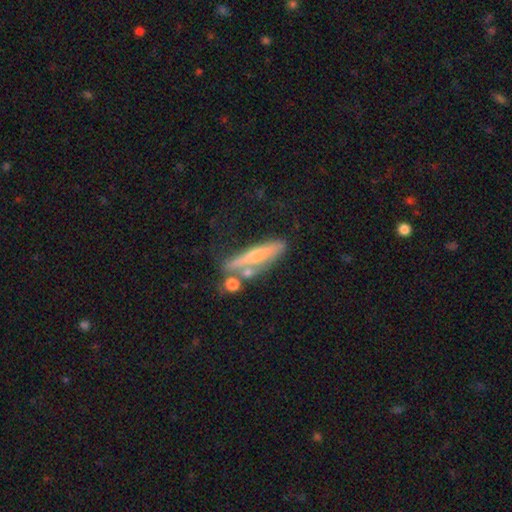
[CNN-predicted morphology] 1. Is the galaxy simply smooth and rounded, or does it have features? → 47% smooth, 45% featured or disk, 8% star or artifact.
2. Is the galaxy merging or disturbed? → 54% none, 19% merger, 18% minor disturbance, 8% major disturbance.